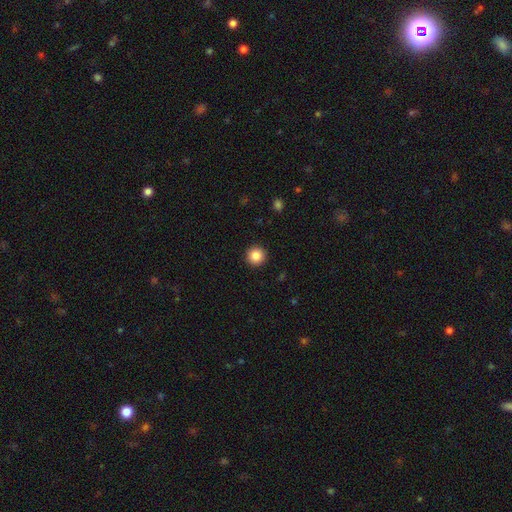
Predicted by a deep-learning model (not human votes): smooth-or-featured: smooth: 85% | star or artifact: 10% | featured or disk: 5%
  how-rounded: round: 96% | in between: 3% | cigar-shaped: 1%
  merging: none: 93% | minor disturbance: 4% | major disturbance: 2% | merger: 1%